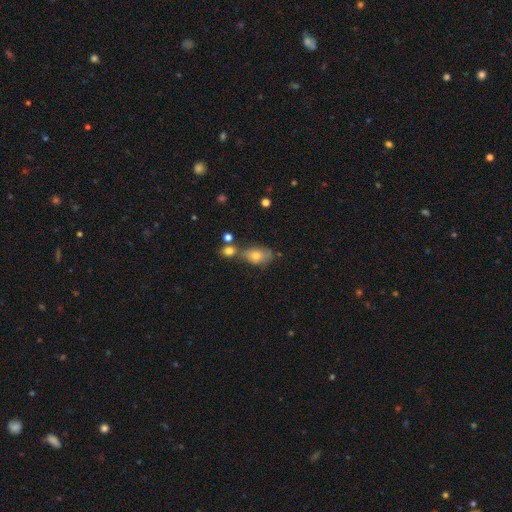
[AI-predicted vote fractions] The model was most divided on "merging": none: 44%, merger: 26%, minor disturbance: 21%, major disturbance: 8%. More confident: how rounded — in between (82%); smooth or featured — smooth (67%).